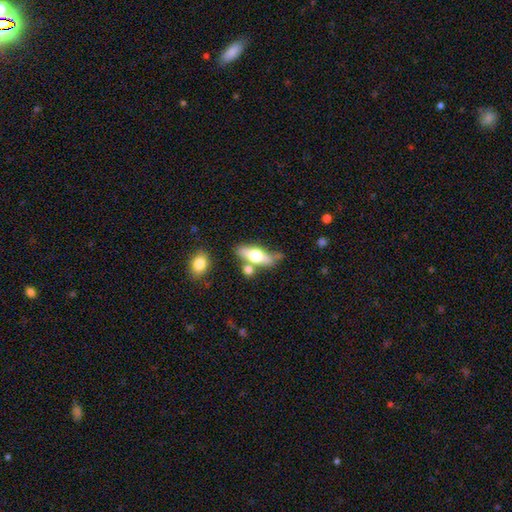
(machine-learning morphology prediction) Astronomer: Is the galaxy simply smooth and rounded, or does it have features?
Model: smooth — 47%, tied with featured or disk at 47%.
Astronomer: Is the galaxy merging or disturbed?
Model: none — 63%.